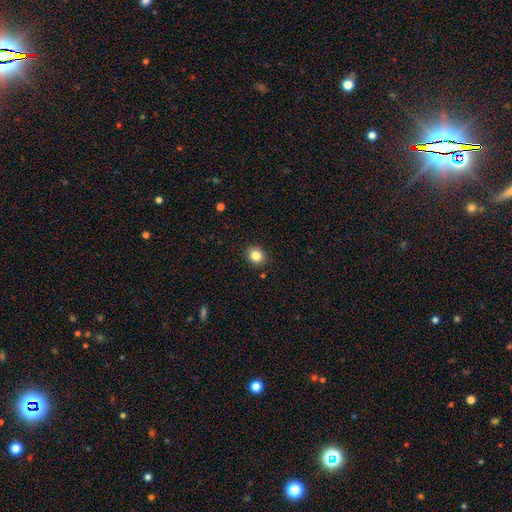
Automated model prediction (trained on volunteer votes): Smooth or featured? smooth (83%)
How rounded? round (73%)
Merging? none (90%)